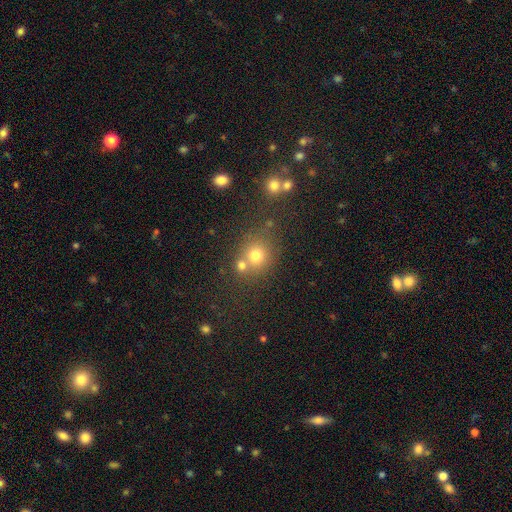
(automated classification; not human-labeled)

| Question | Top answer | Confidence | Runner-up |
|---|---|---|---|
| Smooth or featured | smooth | 73% | star or artifact (17%) |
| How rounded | round | 81% | in between (18%) |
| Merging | none | 62% | merger (23%) |